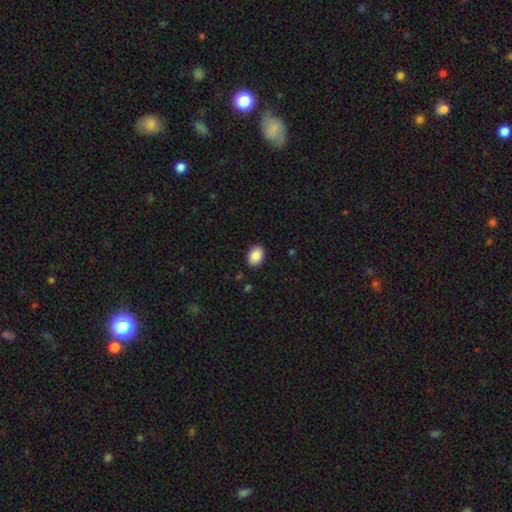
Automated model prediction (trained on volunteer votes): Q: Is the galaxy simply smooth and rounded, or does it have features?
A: smooth — 89%.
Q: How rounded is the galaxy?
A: in between — 72%.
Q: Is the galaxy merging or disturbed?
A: none — 88%.